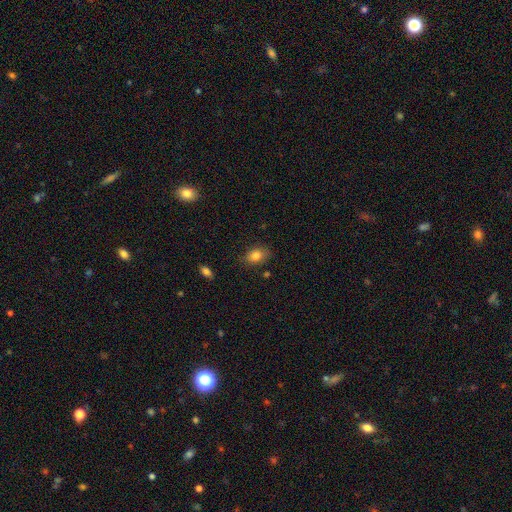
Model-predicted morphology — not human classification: The model was most divided on "how rounded": in between: 75%, round: 24%, cigar-shaped: 1%. More confident: smooth or featured — smooth (82%); merging — none (80%).